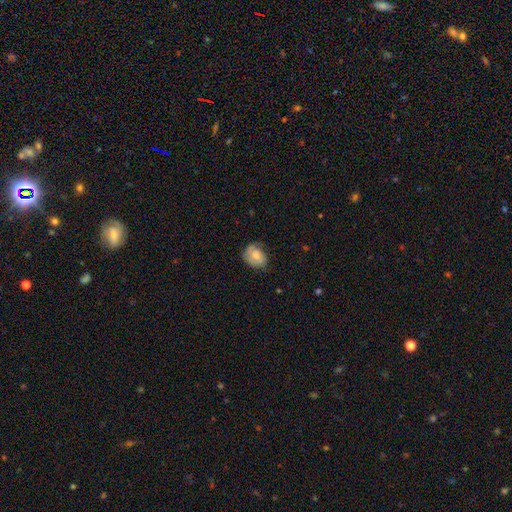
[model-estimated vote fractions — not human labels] Overall: smooth (62%; featured or disk 31%). How rounded: in between (57%; round 42%). Merging: none (54%; minor disturbance 33%).